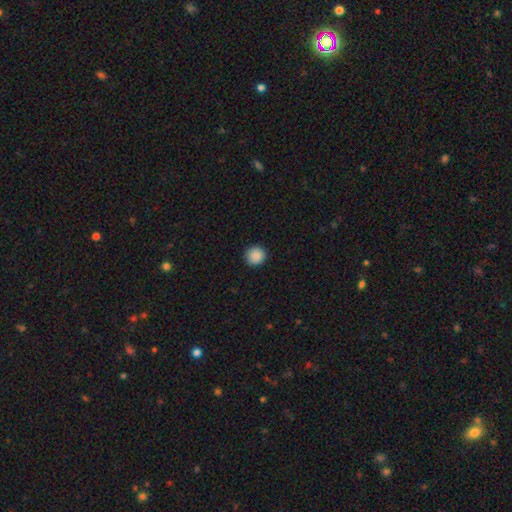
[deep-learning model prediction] The model was most divided on "smooth or featured": smooth: 89%, star or artifact: 9%, featured or disk: 2%. More confident: how rounded — round (94%); merging — none (93%).